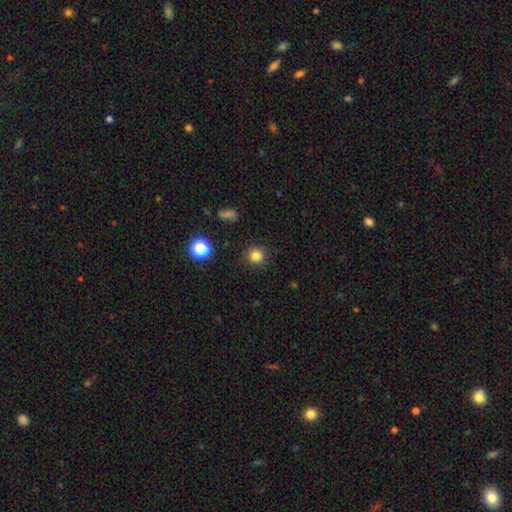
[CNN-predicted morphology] Smooth or featured? smooth (81%)
How rounded? round (92%)
Merging? none (89%)